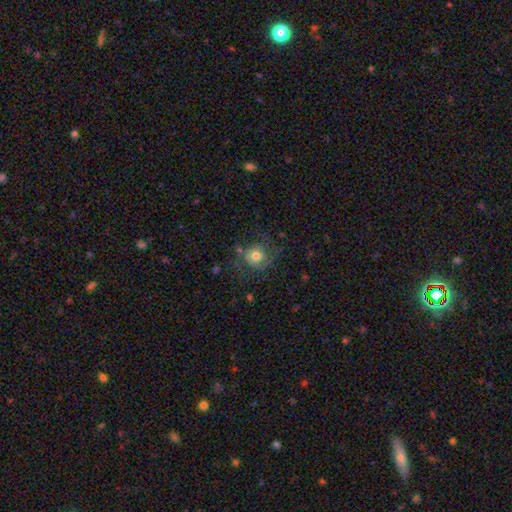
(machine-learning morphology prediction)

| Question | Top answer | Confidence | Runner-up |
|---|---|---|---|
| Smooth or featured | smooth | 50% | featured or disk (40%) |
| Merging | none | 57% | minor disturbance (21%) |